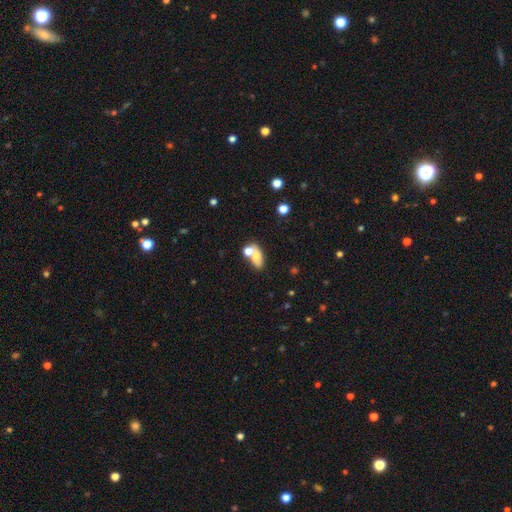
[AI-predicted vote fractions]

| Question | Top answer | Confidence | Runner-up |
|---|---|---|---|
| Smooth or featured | smooth | 65% | featured or disk (25%) |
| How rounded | in between | 79% | round (15%) |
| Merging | merger | 48% | none (34%) |